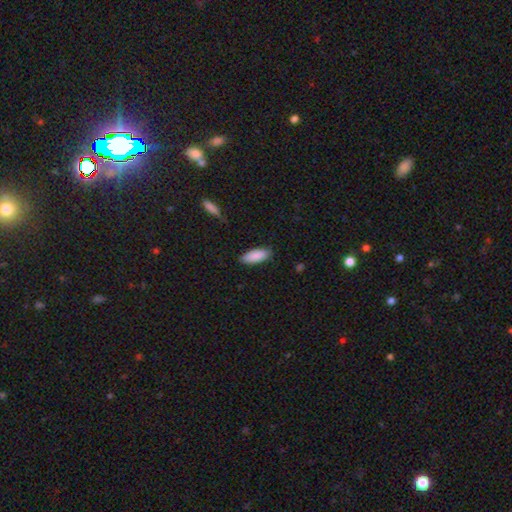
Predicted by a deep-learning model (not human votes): Overall: smooth (88%). How rounded: in between (78%). Merging: none (82%).